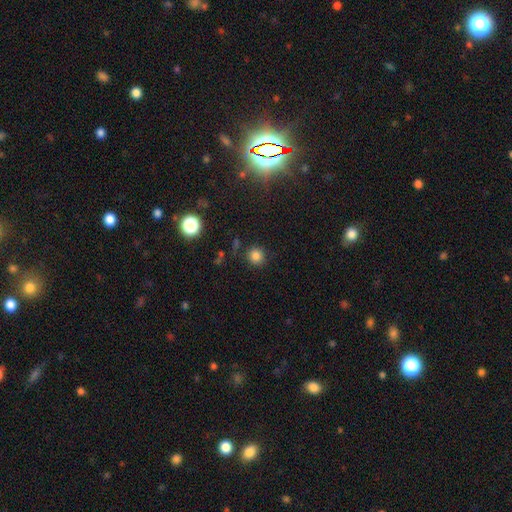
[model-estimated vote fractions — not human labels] smooth-or-featured: smooth: 81% | star or artifact: 14% | featured or disk: 5%
  how-rounded: round: 91% | in between: 8% | cigar-shaped: 1%
  merging: none: 85% | minor disturbance: 9% | major disturbance: 3% | merger: 3%